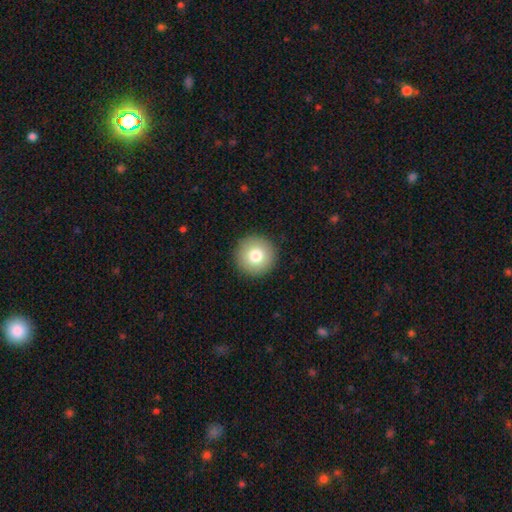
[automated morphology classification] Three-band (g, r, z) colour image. It shows a smooth galaxy with no disk features (78%) that is round (96%). Merging: none (93%).